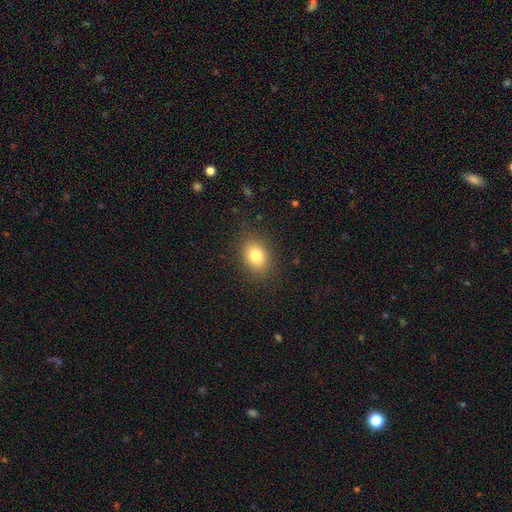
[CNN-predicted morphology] Smooth or featured? smooth (80%)
How rounded? in between (69%)
Merging? none (86%)